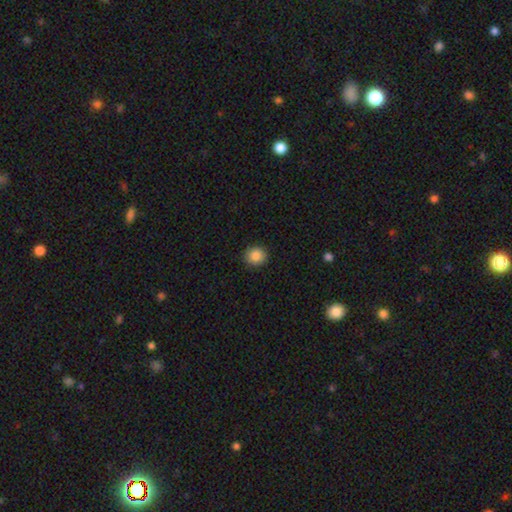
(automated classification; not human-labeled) Morphology: type=smooth (87%); roundness=round (85%); merging=none (91%).